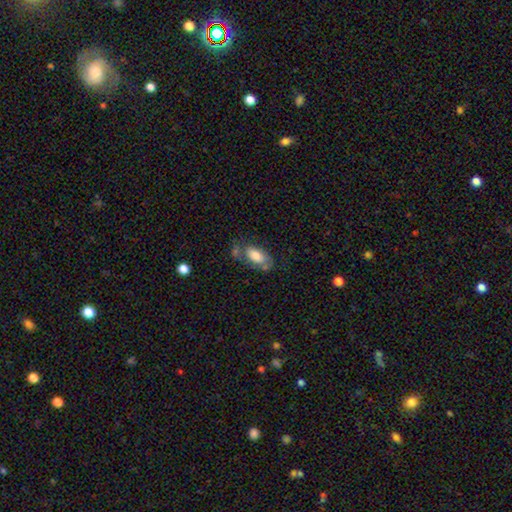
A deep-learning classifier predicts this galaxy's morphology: This appears to be a smooth galaxy with no disk features (73%) that is in between round and cigar-shaped (92%). Merging: none (48%).